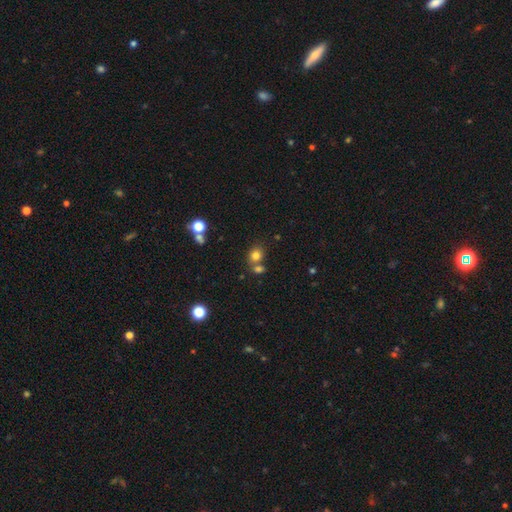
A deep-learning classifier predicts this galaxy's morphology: Overall: smooth (78%). How rounded: round (67%; in between 32%). Merging: none (57%; merger 30%).